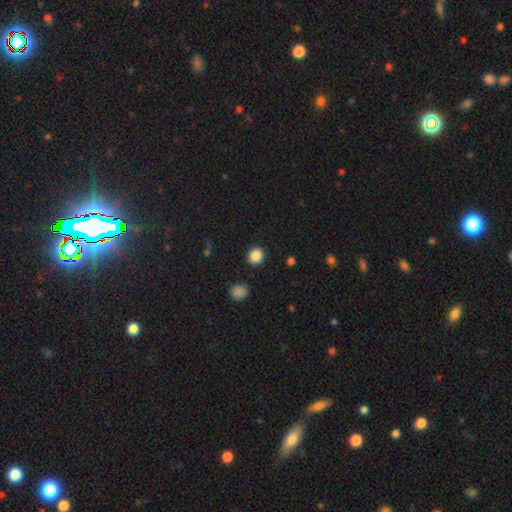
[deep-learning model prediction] smooth-or-featured: smooth: 86% | star or artifact: 10% | featured or disk: 3%
  how-rounded: round: 82% | in between: 17% | cigar-shaped: 1%
  merging: none: 90% | minor disturbance: 6% | major disturbance: 2% | merger: 2%